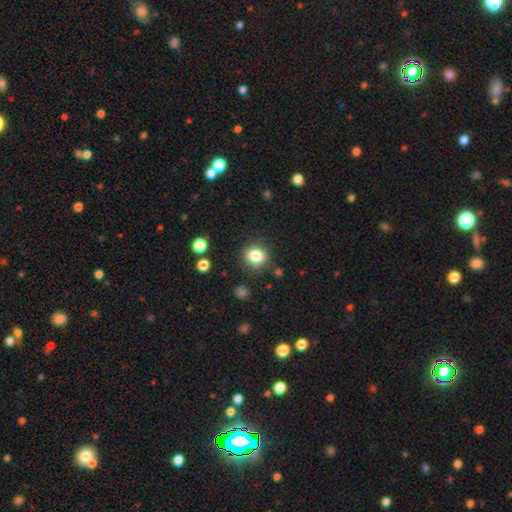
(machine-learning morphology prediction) The model was most divided on "how rounded": round: 79%, in between: 20%, cigar-shaped: 1%. More confident: merging — none (85%); smooth or featured — smooth (82%).